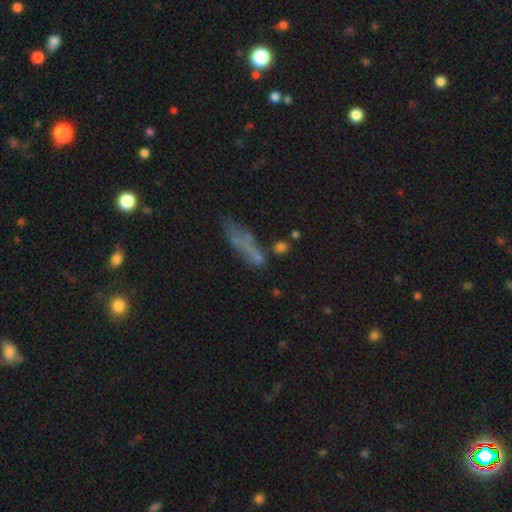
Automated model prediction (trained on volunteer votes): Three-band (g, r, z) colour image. It shows a smooth galaxy with no disk features (53%) that is cigar-shaped (56%). Merging: none (44%).